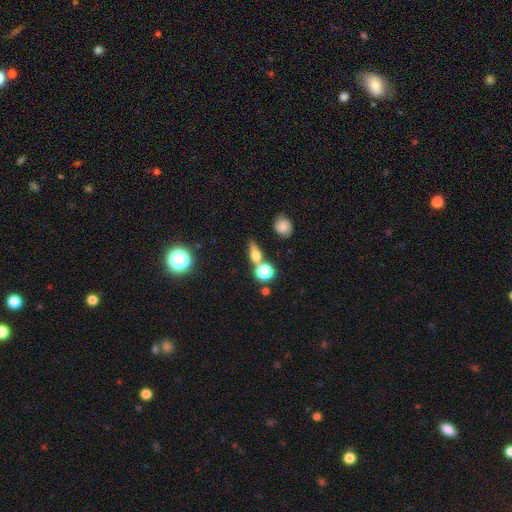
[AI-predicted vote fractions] Overall: smooth (57%; featured or disk 25%). How rounded: in between (38%; round 35%). Merging: none (59%; merger 24%).